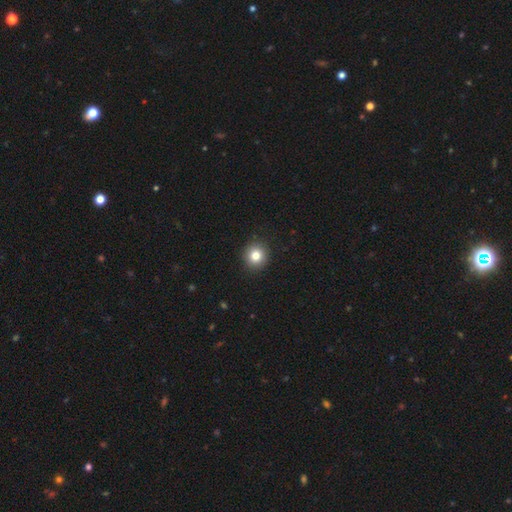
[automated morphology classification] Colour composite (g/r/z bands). It shows a smooth galaxy with no disk features (82%) that is round (91%). Merging: none (92%).